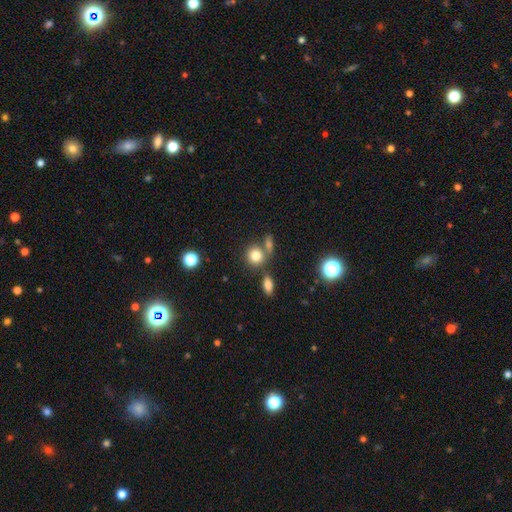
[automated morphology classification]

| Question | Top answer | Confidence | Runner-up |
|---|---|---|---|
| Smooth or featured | smooth | 80% | star or artifact (12%) |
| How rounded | round | 79% | in between (20%) |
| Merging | none | 61% | merger (24%) |